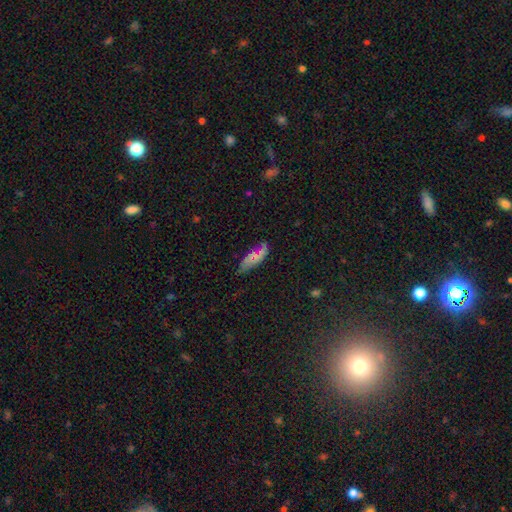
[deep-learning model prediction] Smooth or featured? smooth (58%)
How rounded? in between (71%)
Merging? none (54%)